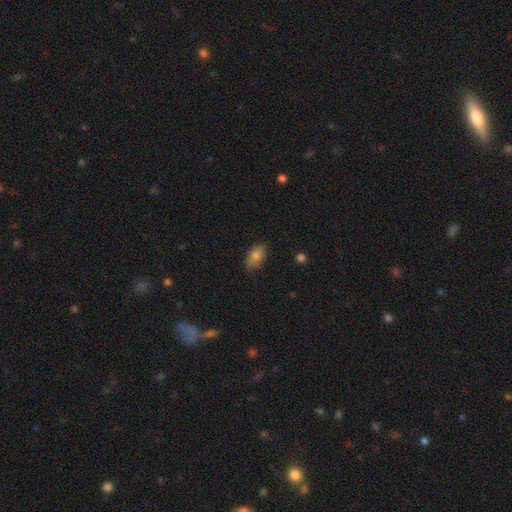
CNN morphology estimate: smooth_or_featured: smooth (p=0.78) [alt: featured or disk p=0.14]
how_rounded: in between (p=0.90) [alt: round p=0.07]
merging: none (p=0.79) [alt: minor disturbance p=0.17]